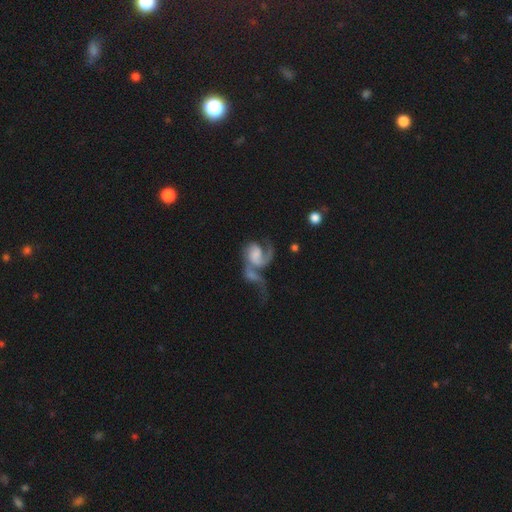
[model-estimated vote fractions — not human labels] smooth_or_featured: featured or disk (p=0.76) [alt: smooth p=0.17]
disk_edge_on: no (p=0.98) [alt: yes p=0.02]
bar: no (p=0.62) [alt: weak p=0.29]
has_spiral_arms: yes (p=0.91) [alt: no p=0.09]
spiral_winding: loose (p=0.44) [alt: medium p=0.39]
spiral_arm_count: 2 (p=0.55) [alt: 1 p=0.34]
bulge_size: none (p=0.37) [alt: small p=0.21]
merging: merger (p=0.47) [alt: major disturbance p=0.26]